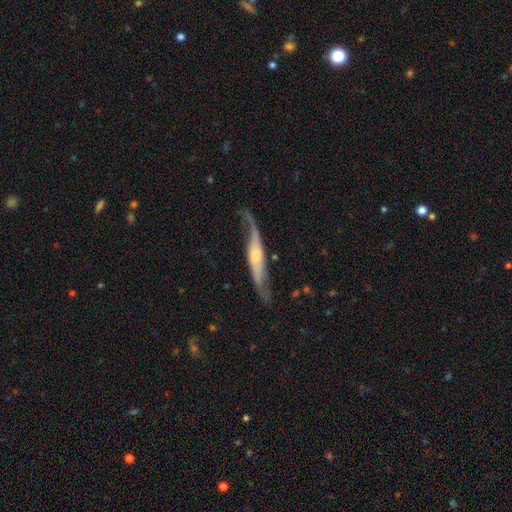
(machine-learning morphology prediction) This is likely a featured or disk galaxy (77%). It is possibly viewed edge-on (53%). Merging: likely none (61%).